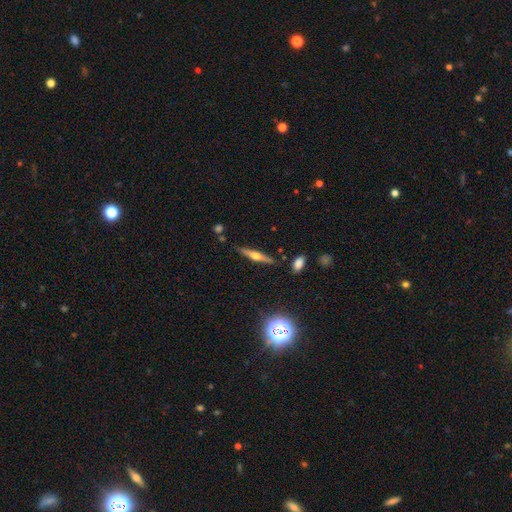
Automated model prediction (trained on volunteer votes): Smooth or featured? Predicted: featured or disk (p=0.67). Edge-on disk? Predicted: yes (p=0.97). Edge-on bulge? Predicted: rounded (p=0.93). Merging? Predicted: none (p=0.86).